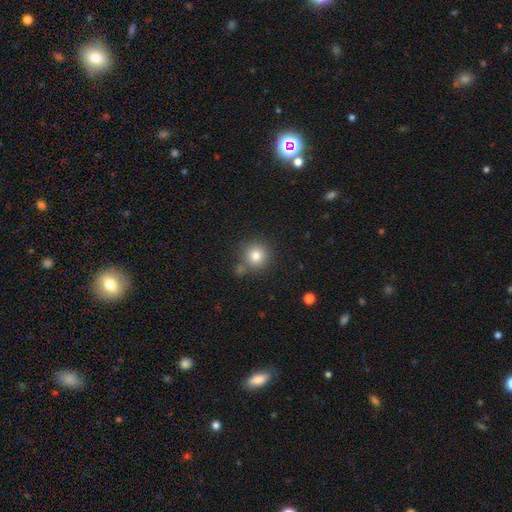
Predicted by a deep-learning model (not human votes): Smooth or featured? smooth (81%)
How rounded? round (92%)
Merging? none (72%)